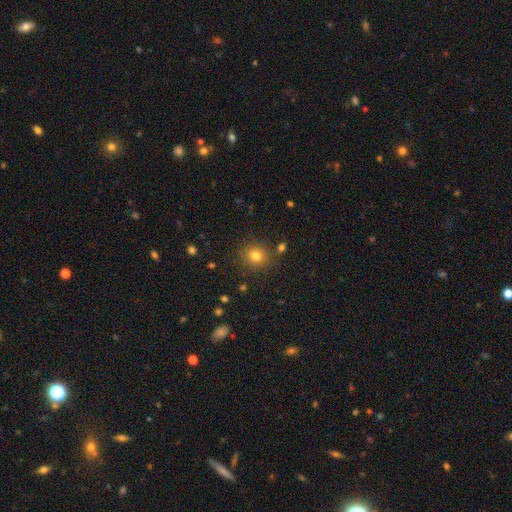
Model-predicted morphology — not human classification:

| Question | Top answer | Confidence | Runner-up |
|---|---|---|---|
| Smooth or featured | smooth | 79% | star or artifact (14%) |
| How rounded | round | 84% | in between (15%) |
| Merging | none | 85% | minor disturbance (9%) |